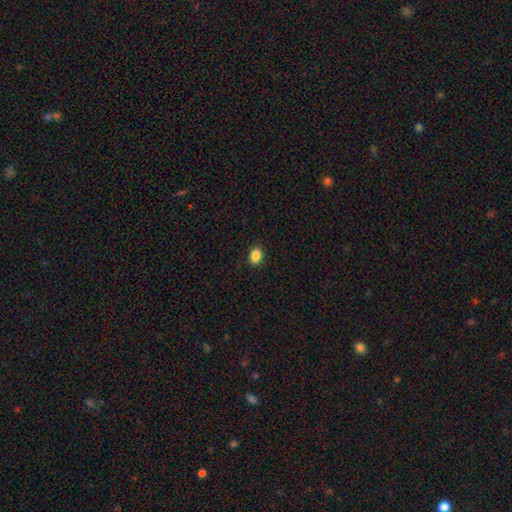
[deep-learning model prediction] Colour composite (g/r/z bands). It shows a smooth galaxy with no disk features (88%) that is in between round and cigar-shaped (75%). Merging: none (90%).